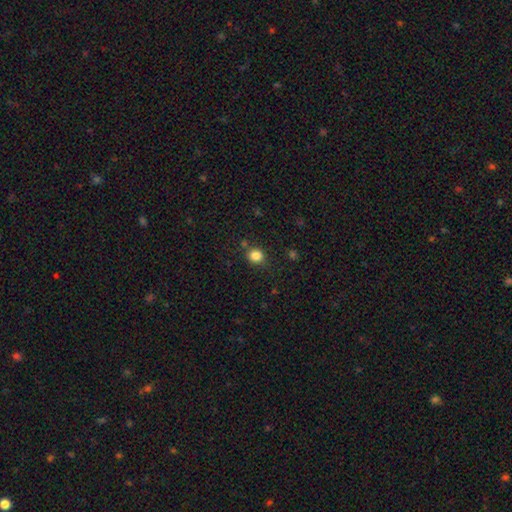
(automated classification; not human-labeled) A smooth galaxy with no disk features (83%) that is round (80%).

Vote fractions:
- Smooth or featured? smooth: 83% / star or artifact: 12% / featured or disk: 4%
- How rounded? round: 80% / in between: 19% / cigar-shaped: 1%
- Merging? none: 81% / minor disturbance: 11% / merger: 4% / major disturbance: 3%